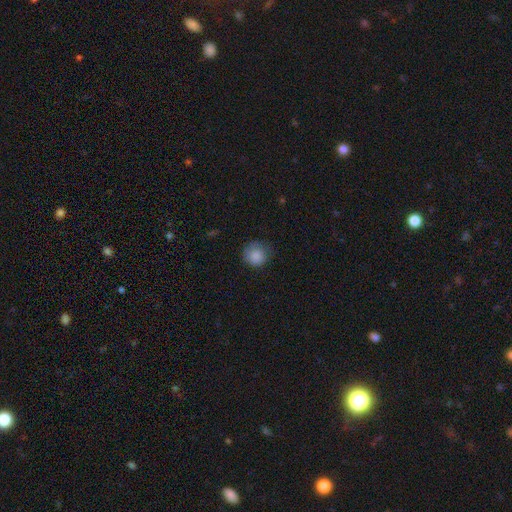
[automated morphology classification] Q: Smooth or featured?
A: smooth (86%); runner-up: star or artifact (8%)
Q: How rounded?
A: round (91%); runner-up: in between (8%)
Q: Merging?
A: none (70%); runner-up: minor disturbance (23%)